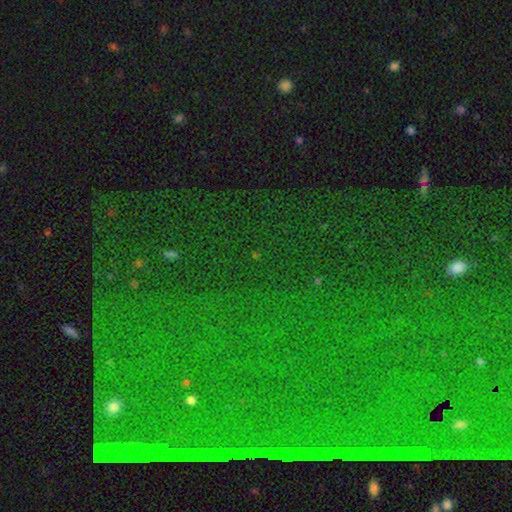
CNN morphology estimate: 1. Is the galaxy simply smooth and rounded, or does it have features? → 75% star or artifact, 16% smooth, 9% featured or disk.